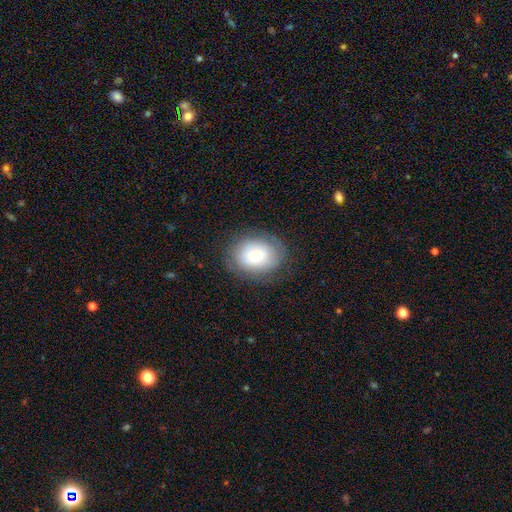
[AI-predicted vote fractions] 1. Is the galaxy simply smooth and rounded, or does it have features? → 66% smooth, 25% featured or disk, 10% star or artifact.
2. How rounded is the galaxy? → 52% in between, 47% round, 1% cigar-shaped.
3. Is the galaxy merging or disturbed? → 79% none, 14% minor disturbance, 6% major disturbance, 1% merger.